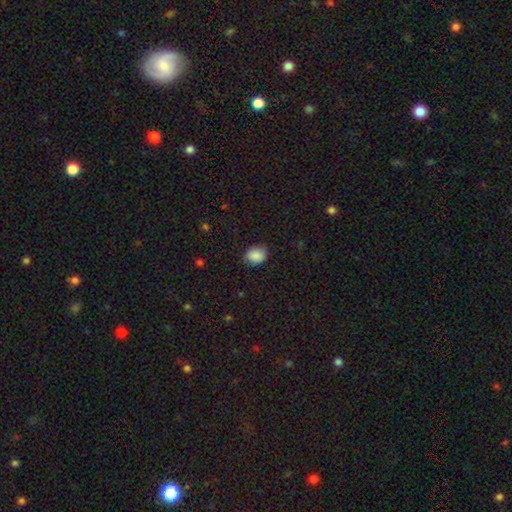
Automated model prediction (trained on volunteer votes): This is clearly a smooth galaxy (88%). How rounded: possibly in between (50%). Merging: clearly none (81%).